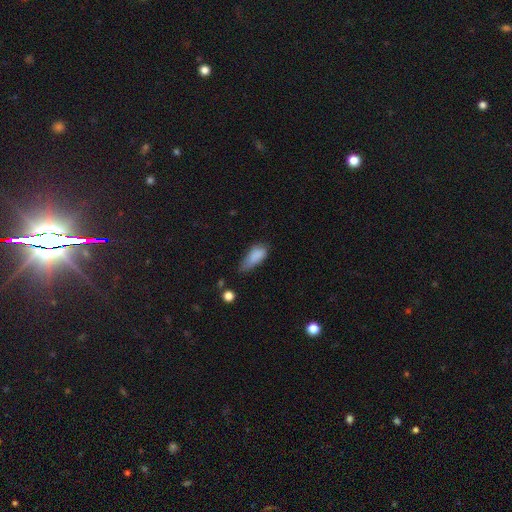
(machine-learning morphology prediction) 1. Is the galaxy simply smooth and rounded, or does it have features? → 83% smooth, 9% featured or disk, 9% star or artifact.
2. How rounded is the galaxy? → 82% in between, 15% cigar-shaped, 3% round.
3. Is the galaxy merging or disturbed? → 46% minor disturbance, 32% none, 18% major disturbance, 3% merger.